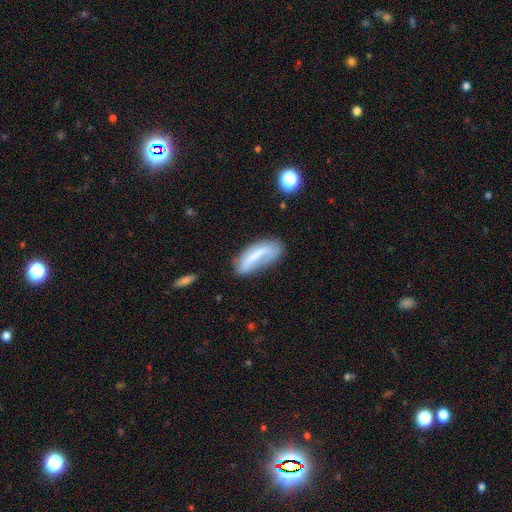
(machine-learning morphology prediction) smooth 53%, featured or disk 39%, star or artifact 8%. Down the decision tree: how rounded — in between (68%); merging — none (51%).